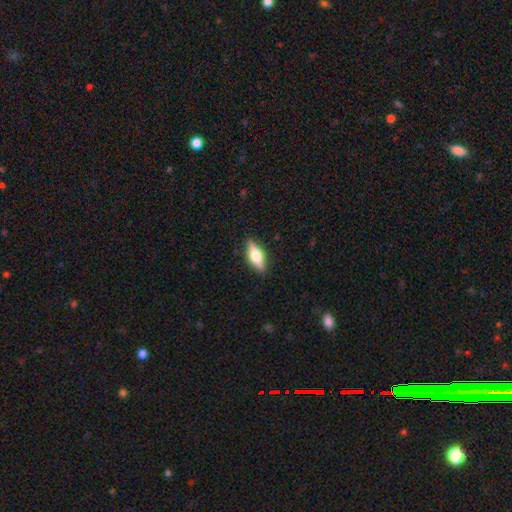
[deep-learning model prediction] Smooth or featured? Predicted: smooth (p=0.47). Merging? Predicted: none (p=0.87).